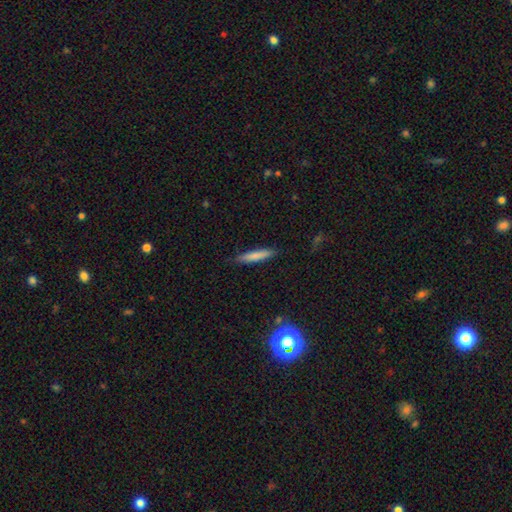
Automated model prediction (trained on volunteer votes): This appears to be a smooth galaxy with no disk features (78%) that is cigar-shaped (90%). Merging: none (87%).